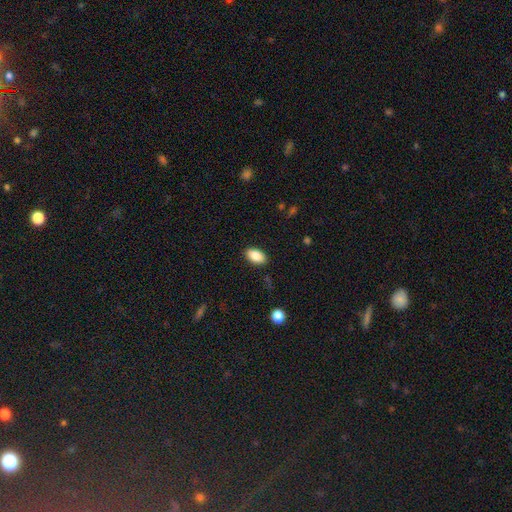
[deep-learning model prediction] Smooth or featured: smooth — 88% (star or artifact — 7%)
How rounded: in between — 93% (round — 4%)
Merging: none — 88% (minor disturbance — 9%)